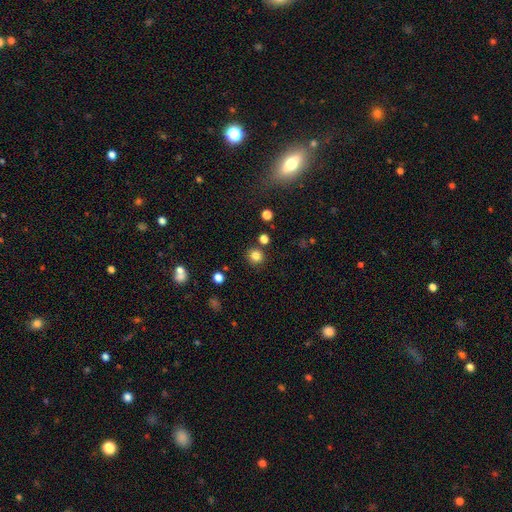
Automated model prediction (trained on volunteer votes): A smooth galaxy with no disk features (82%) that is round (92%). Merging: none (86%).